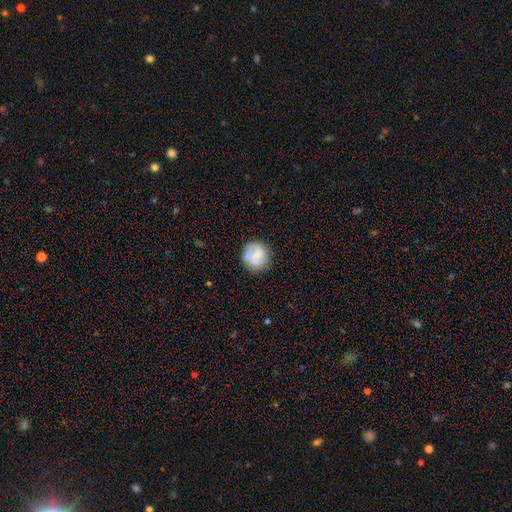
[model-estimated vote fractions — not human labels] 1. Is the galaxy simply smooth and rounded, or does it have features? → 60% smooth, 32% featured or disk, 8% star or artifact.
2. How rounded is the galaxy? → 87% round, 12% in between, 1% cigar-shaped.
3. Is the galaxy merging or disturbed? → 79% none, 14% minor disturbance, 5% major disturbance, 2% merger.